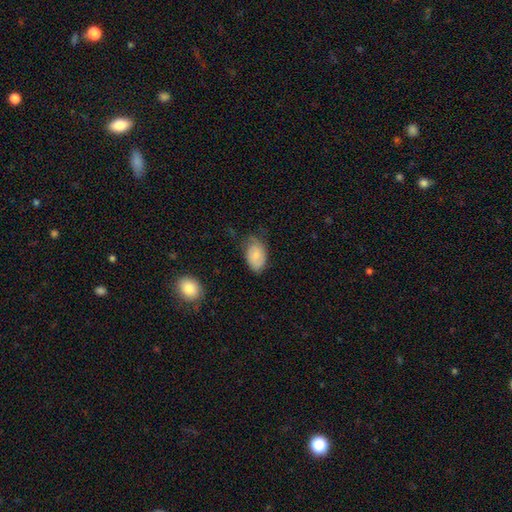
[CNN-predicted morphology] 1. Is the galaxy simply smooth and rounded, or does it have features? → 73% smooth, 20% featured or disk, 7% star or artifact.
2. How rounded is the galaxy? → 92% in between, 7% round, 1% cigar-shaped.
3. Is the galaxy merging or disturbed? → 59% none, 31% minor disturbance, 8% major disturbance, 2% merger.